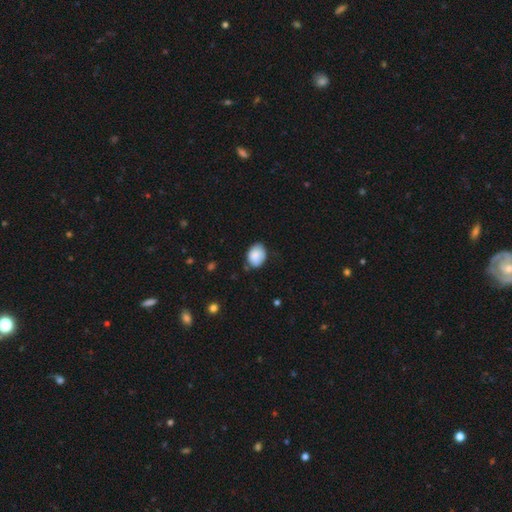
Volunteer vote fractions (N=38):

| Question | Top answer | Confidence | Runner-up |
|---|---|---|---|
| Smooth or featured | smooth | 87% | star or artifact (8%) |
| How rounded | in between | 76% | round (24%) |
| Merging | none | 74% | minor disturbance (23%) |